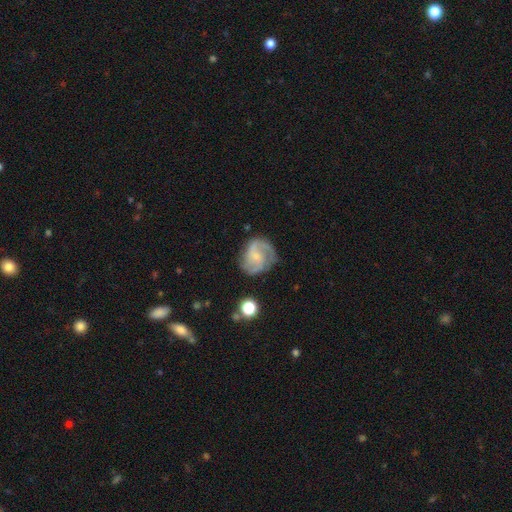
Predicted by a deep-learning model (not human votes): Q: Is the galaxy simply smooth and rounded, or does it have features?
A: featured or disk — 75%.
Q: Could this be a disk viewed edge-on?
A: no — 98%.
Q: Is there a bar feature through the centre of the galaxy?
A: no — 50%.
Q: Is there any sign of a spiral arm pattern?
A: yes — 94%.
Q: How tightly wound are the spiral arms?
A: medium — 49%.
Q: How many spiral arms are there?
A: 2 — 59%.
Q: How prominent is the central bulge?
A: small — 59%.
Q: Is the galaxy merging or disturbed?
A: none — 68%.